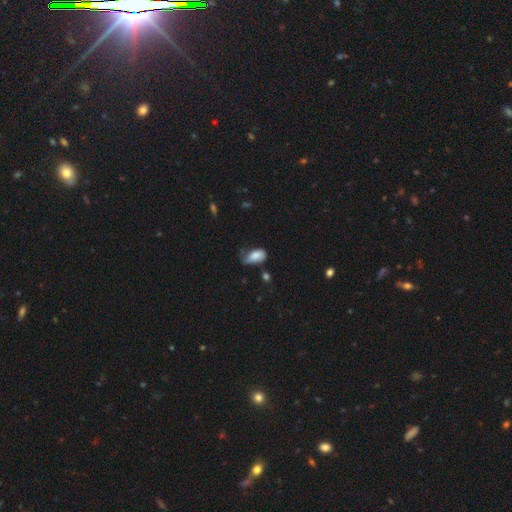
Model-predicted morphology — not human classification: Smooth or featured? Predicted: smooth (p=0.76). How rounded? Predicted: in between (p=0.92). Merging? Predicted: minor disturbance (p=0.41).